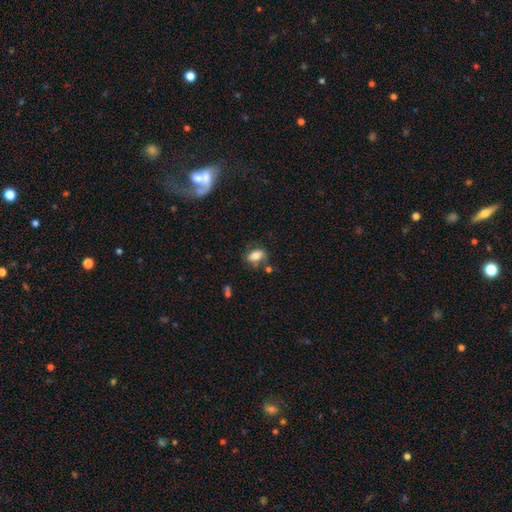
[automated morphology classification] smooth-or-featured: smooth: 68% | featured or disk: 23% | star or artifact: 9%
  how-rounded: in between: 83% | round: 13% | cigar-shaped: 4%
  merging: none: 57% | minor disturbance: 24% | merger: 10% | major disturbance: 9%